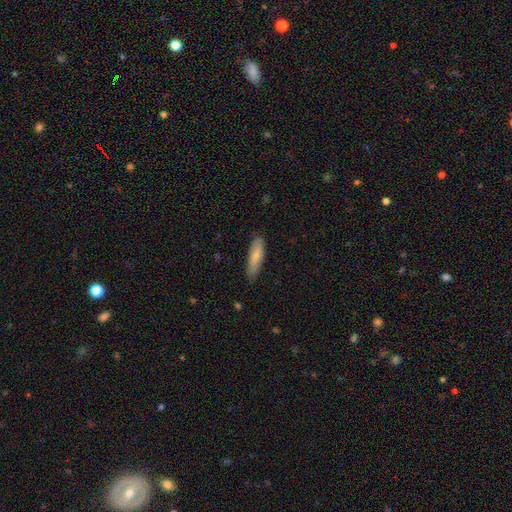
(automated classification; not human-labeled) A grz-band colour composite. It shows a smooth galaxy with no disk features (76%) that is cigar-shaped (59%). Merging: none (81%).